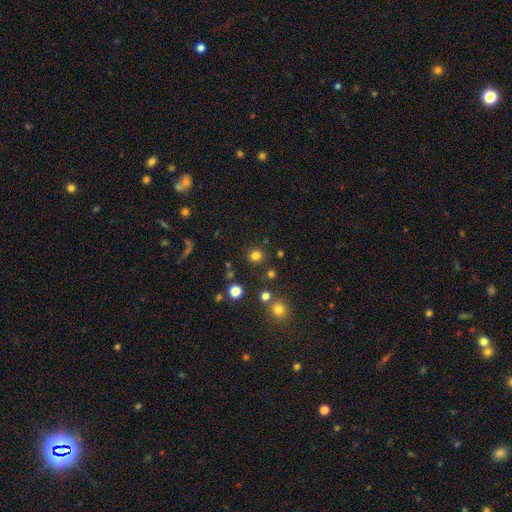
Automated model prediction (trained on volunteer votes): Smooth or featured?
  - smooth: 79% *
  - star or artifact: 16%
  - featured or disk: 5%
How rounded?
  - round: 90% *
  - in between: 9%
  - cigar-shaped: 1%
Merging?
  - none: 87% *
  - minor disturbance: 6%
  - merger: 3%
  - major disturbance: 3%